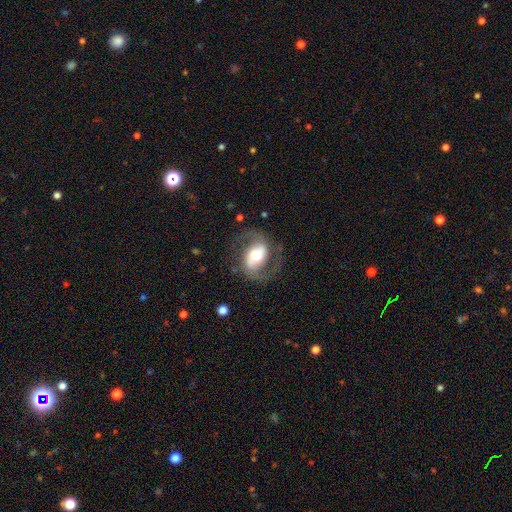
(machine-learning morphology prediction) This is likely a featured or disk galaxy (73%). It is clearly not viewed edge-on (96%). Bar: marginally strong (38%). Spiral arm pattern: clearly yes (83%). Spiral arm count: clearly 2 (88%). Spiral winding: possibly medium (51%). Central bulge: likely moderate (62%). Merging: likely none (72%).